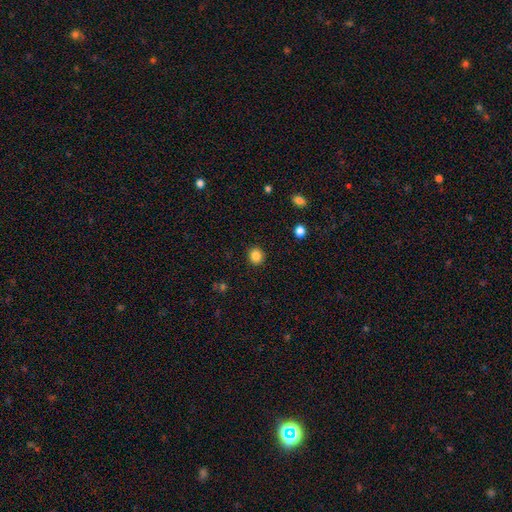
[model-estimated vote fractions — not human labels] Smooth or featured? Predicted: smooth (p=0.86). How rounded? Predicted: round (p=0.86). Merging? Predicted: none (p=0.91).